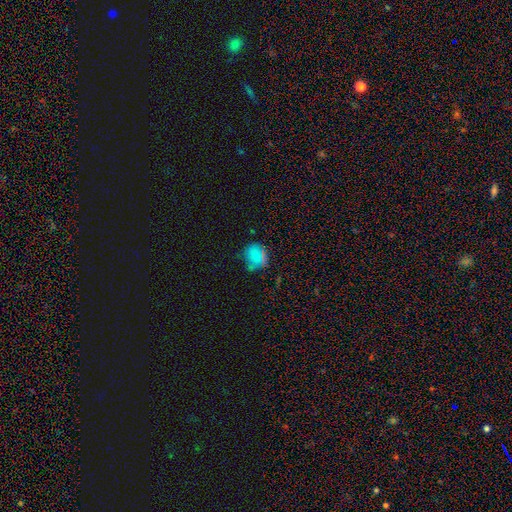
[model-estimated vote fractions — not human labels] smooth-or-featured: smooth: 61% | star or artifact: 29% | featured or disk: 10%
  how-rounded: round: 65% | in between: 33% | cigar-shaped: 2%
  merging: none: 64% | minor disturbance: 22% | major disturbance: 9% | merger: 4%